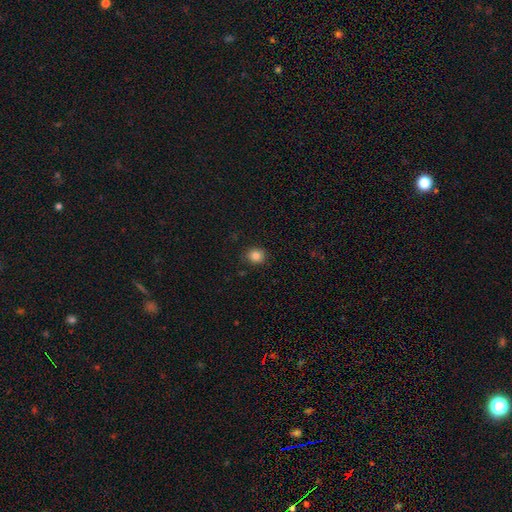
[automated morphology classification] Smooth or featured? smooth (84%)
How rounded? round (78%)
Merging? none (88%)